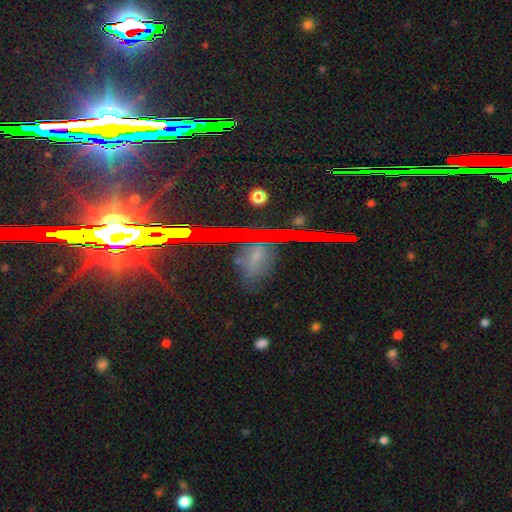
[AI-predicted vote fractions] Smooth or featured? Predicted: star or artifact (p=0.65).